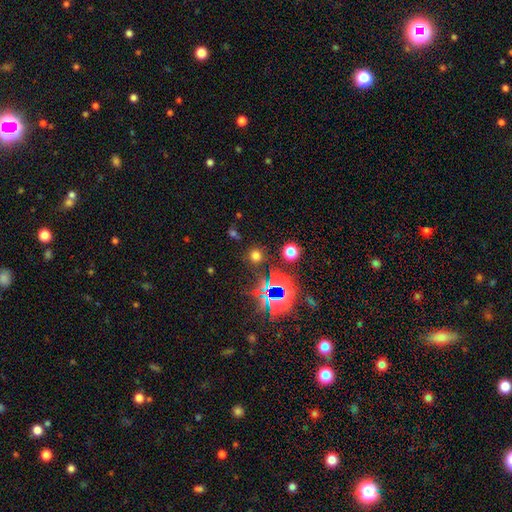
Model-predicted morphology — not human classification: Smooth or featured?
  - smooth: 56% *
  - star or artifact: 37%
  - featured or disk: 7%
How rounded?
  - round: 88% *
  - in between: 10%
  - cigar-shaped: 1%
Merging?
  - none: 83% *
  - minor disturbance: 8%
  - merger: 4%
  - major disturbance: 4%